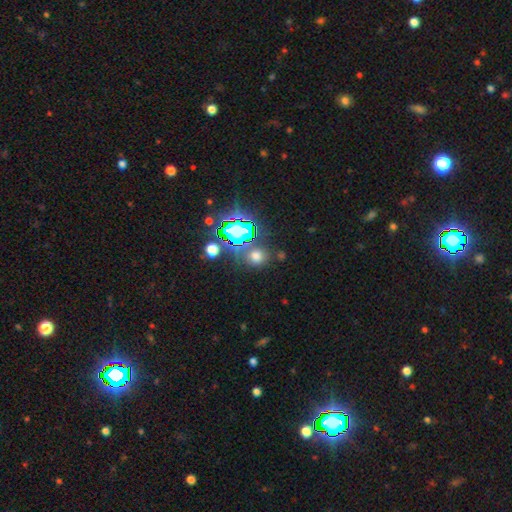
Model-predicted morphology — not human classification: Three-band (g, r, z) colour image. It shows a smooth galaxy with no disk features (56%) that is round (78%). Merging: none (77%).